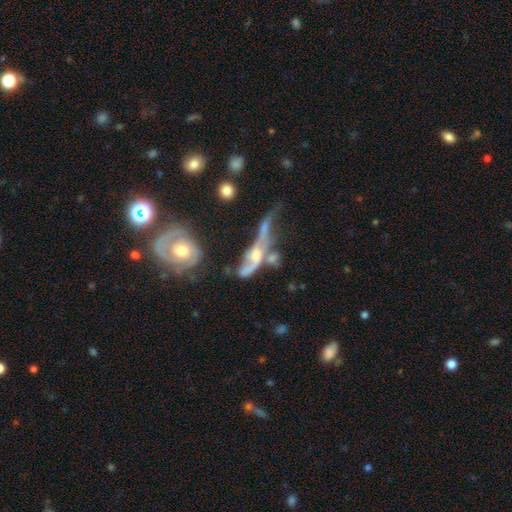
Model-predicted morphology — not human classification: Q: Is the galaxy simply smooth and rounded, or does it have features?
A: featured or disk — 68%.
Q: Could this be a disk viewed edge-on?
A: no — 75%.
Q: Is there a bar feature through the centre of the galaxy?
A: no — 68%.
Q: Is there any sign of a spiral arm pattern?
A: yes — 58%.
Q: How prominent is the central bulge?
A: moderate — 50%.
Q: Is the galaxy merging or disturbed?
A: merger — 47%.